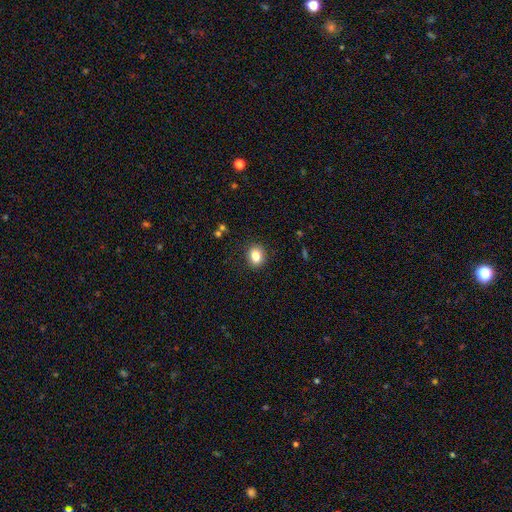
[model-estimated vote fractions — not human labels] Q: Smooth or featured?
A: smooth (83%); runner-up: star or artifact (10%)
Q: How rounded?
A: round (55%); runner-up: in between (44%)
Q: Merging?
A: none (89%); runner-up: minor disturbance (8%)